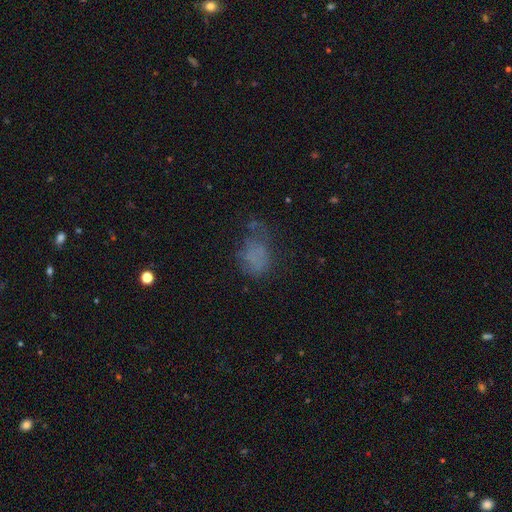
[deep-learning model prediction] A smooth galaxy with no disk features (55%) that is in between round and cigar-shaped (75%). Merging: none (40%).